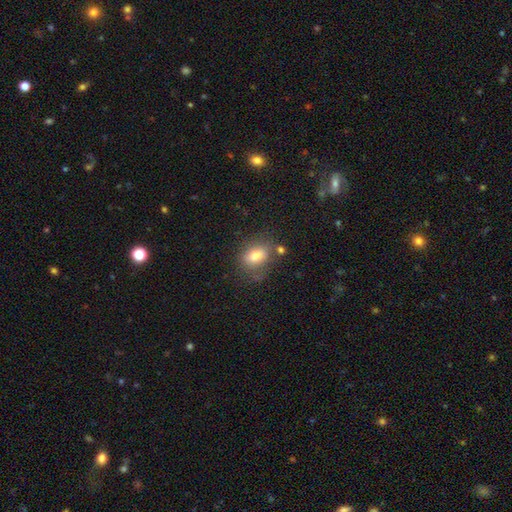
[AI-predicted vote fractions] smooth-or-featured: smooth: 78% | featured or disk: 12% | star or artifact: 9%
  how-rounded: in between: 74% | round: 24% | cigar-shaped: 2%
  merging: none: 64% | minor disturbance: 20% | merger: 8% | major disturbance: 8%